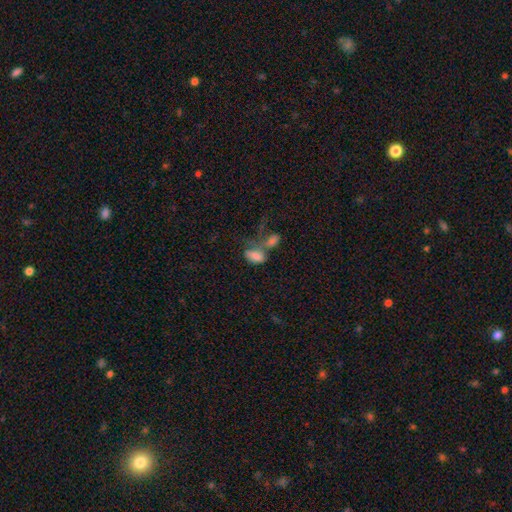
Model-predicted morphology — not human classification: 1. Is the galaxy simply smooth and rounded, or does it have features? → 75% smooth, 15% featured or disk, 10% star or artifact.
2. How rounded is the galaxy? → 91% in between, 6% round, 3% cigar-shaped.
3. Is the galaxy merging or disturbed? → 52% merger, 23% none, 13% major disturbance, 12% minor disturbance.